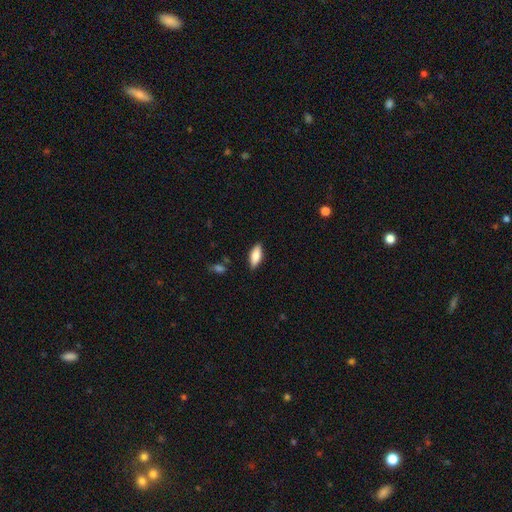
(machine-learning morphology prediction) smooth 79%, featured or disk 14%, star or artifact 6%. Down the decision tree: how rounded — in between (76%); merging — none (85%).